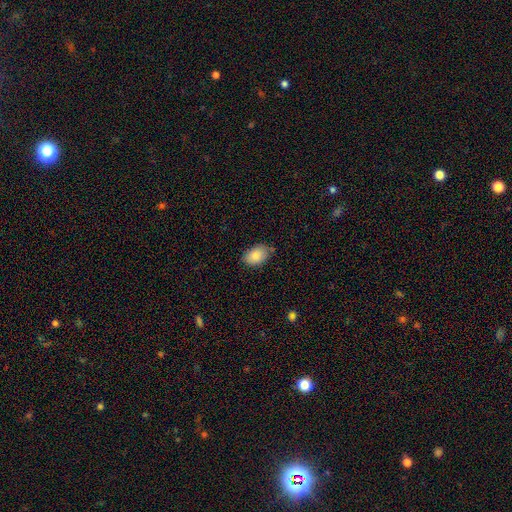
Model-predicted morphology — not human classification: smooth 85%, featured or disk 8%, star or artifact 7%. Down the decision tree: how rounded — in between (88%); merging — none (78%).